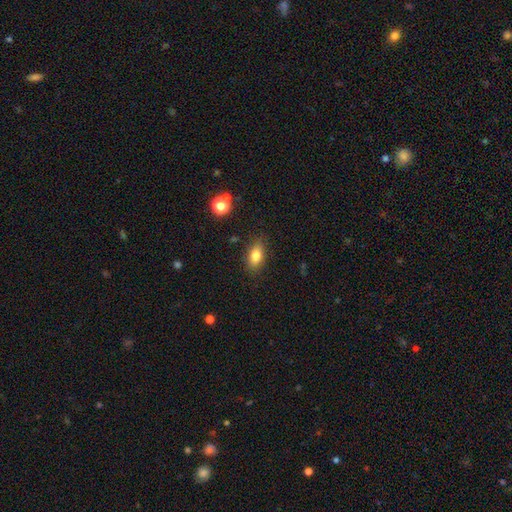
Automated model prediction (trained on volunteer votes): Smooth or featured? Predicted: smooth (p=0.79). How rounded? Predicted: in between (p=0.84). Merging? Predicted: none (p=0.84).